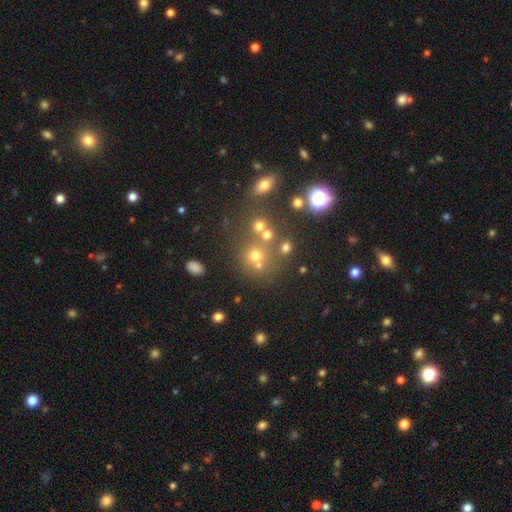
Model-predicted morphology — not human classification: The model was most divided on "smooth or featured": smooth: 51%, star or artifact: 31%, featured or disk: 18%. More confident: how rounded — round (81%); merging — none (55%).